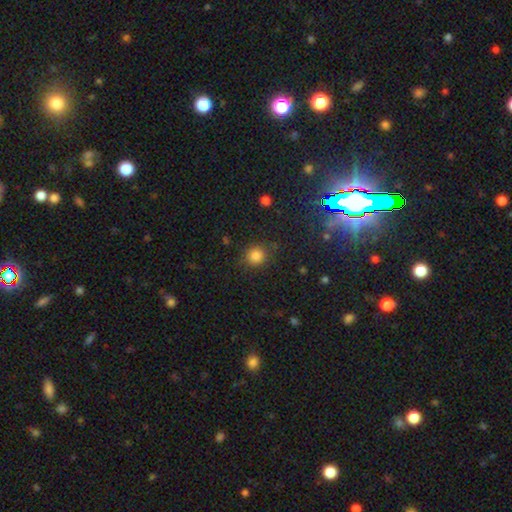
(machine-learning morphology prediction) smooth_or_featured: smooth (p=0.83) [alt: star or artifact p=0.13]
how_rounded: round (p=0.87) [alt: in between p=0.12]
merging: none (p=0.82) [alt: minor disturbance p=0.12]